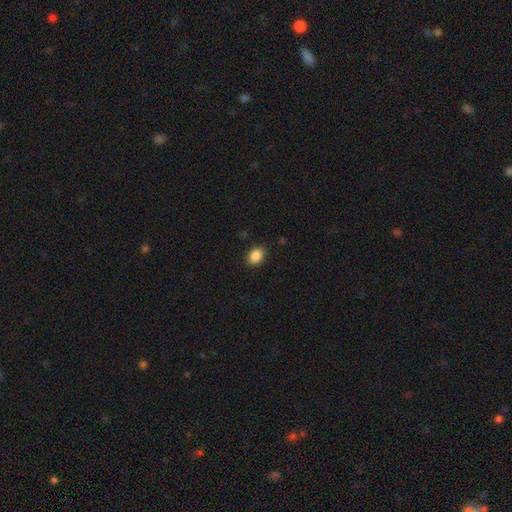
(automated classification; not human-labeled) Smooth or featured: smooth — 88% (star or artifact — 9%)
How rounded: in between — 69% (round — 30%)
Merging: none — 88% (minor disturbance — 9%)